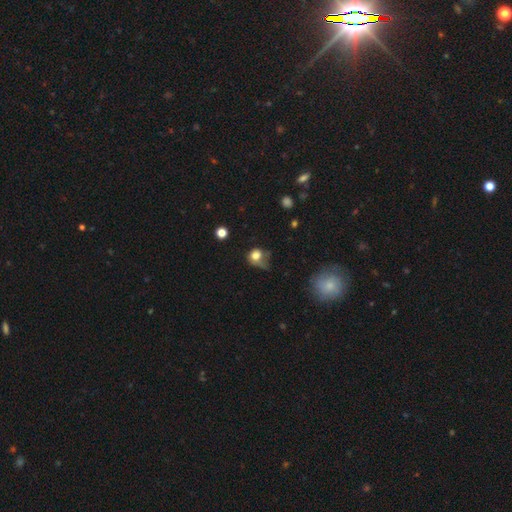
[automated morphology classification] Overall: smooth (74%). How rounded: round (70%). Merging: major disturbance (35%; none 30%).